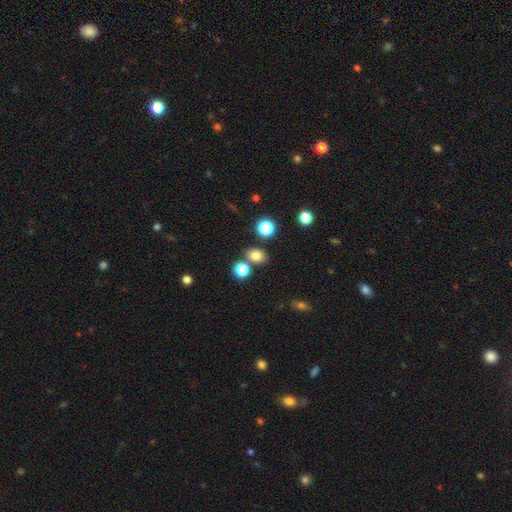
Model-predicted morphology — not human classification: A smooth galaxy with no disk features (76%) that is in between round and cigar-shaped (56%).

Vote fractions:
- Smooth or featured? smooth: 76% / star or artifact: 17% / featured or disk: 7%
- How rounded? in between: 56% / round: 43% / cigar-shaped: 1%
- Merging? none: 74% / merger: 13% / minor disturbance: 10% / major disturbance: 3%